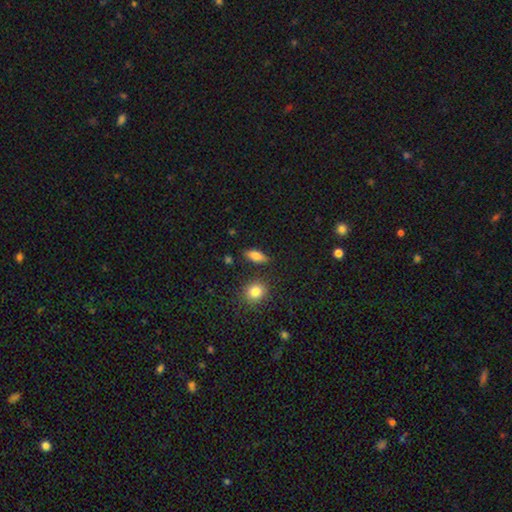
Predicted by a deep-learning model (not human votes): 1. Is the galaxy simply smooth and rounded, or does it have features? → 80% smooth, 12% featured or disk, 8% star or artifact.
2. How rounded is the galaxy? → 78% in between, 17% cigar-shaped, 5% round.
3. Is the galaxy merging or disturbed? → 82% none, 12% minor disturbance, 3% merger, 3% major disturbance.